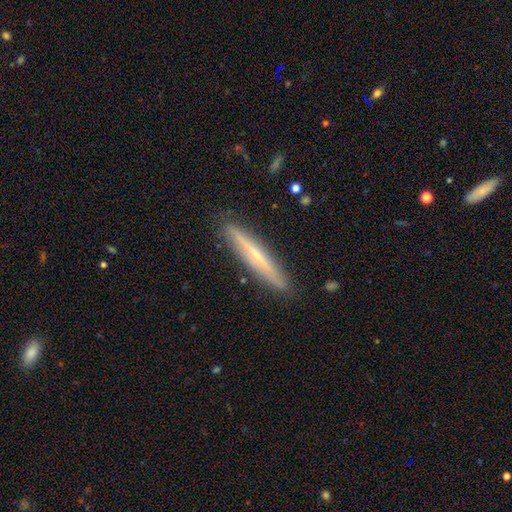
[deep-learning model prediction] Smooth or featured? Predicted: featured or disk (p=0.50). Merging? Predicted: none (p=0.89).